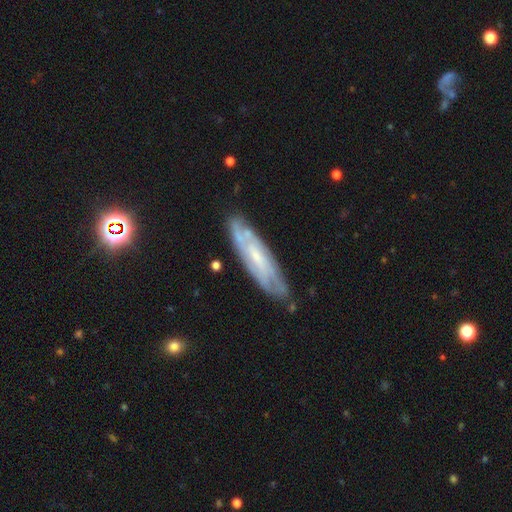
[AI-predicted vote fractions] Overall: featured or disk (68%). Edge-on disk: no (67%; yes 33%). Merging: none (78%).